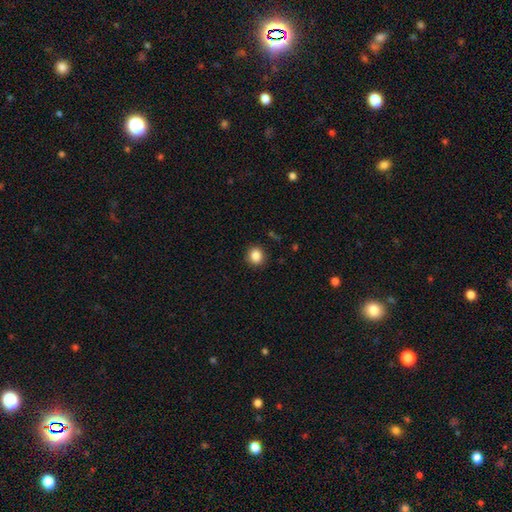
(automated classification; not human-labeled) Overall: smooth (86%). How rounded: round (81%). Merging: none (89%).